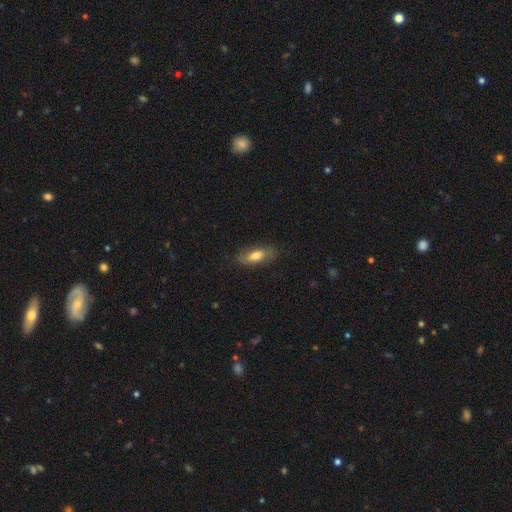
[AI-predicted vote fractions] Smooth or featured: smooth — 68% (featured or disk — 25%)
How rounded: in between — 71% (cigar-shaped — 26%)
Merging: none — 77% (minor disturbance — 18%)